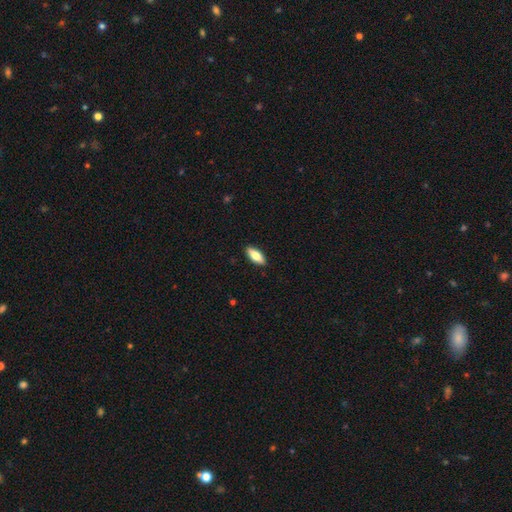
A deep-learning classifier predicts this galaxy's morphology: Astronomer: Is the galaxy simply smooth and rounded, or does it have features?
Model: smooth — 72%.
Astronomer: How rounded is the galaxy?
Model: in between — 74%.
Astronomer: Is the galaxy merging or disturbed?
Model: none — 90%.